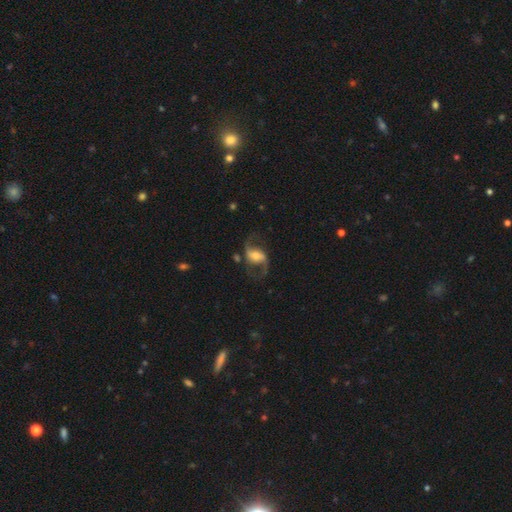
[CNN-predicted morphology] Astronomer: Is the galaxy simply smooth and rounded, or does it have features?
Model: featured or disk — 81%.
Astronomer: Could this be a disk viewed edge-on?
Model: no — 96%.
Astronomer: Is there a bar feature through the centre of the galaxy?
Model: weak — 41% (runner-up: strong, 31%).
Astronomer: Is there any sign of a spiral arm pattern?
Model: yes — 93%.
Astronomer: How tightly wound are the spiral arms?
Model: loose — 66%.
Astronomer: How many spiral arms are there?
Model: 2 — 91%.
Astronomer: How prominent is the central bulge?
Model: moderate — 48% (runner-up: small, 29%).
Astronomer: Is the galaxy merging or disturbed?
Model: none — 68%.